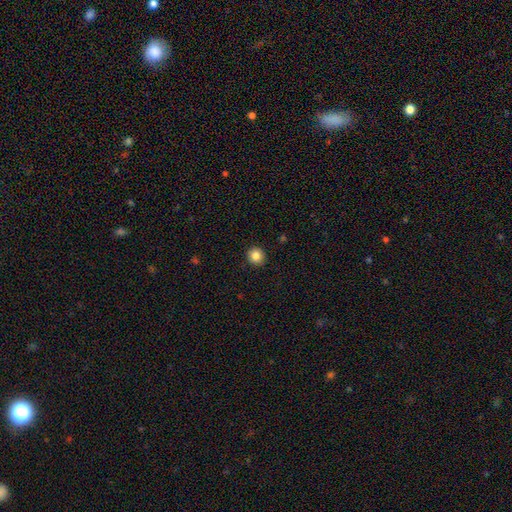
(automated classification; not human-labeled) A smooth galaxy with no disk features (84%) that is round (91%).

Vote fractions:
- Smooth or featured? smooth: 84% / star or artifact: 10% / featured or disk: 5%
- How rounded? round: 91% / in between: 8% / cigar-shaped: 1%
- Merging? none: 92% / minor disturbance: 5% / major disturbance: 2% / merger: 1%